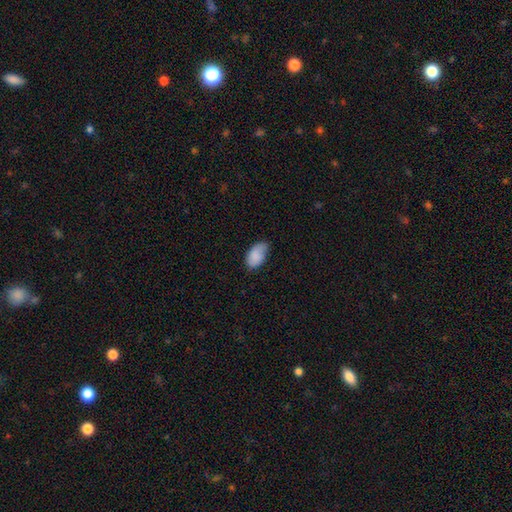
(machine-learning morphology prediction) Overall: smooth (85%). How rounded: in between (93%). Merging: none (57%; minor disturbance 34%).